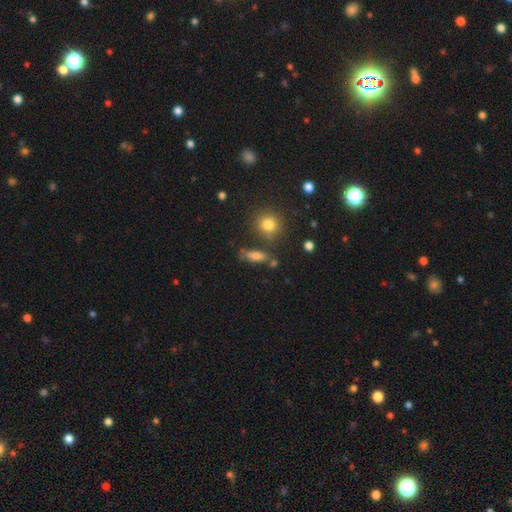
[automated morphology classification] smooth_or_featured: smooth (p=0.73) [alt: featured or disk p=0.14]
how_rounded: in between (p=0.58) [alt: cigar-shaped p=0.32]
merging: none (p=0.63) [alt: minor disturbance p=0.18]